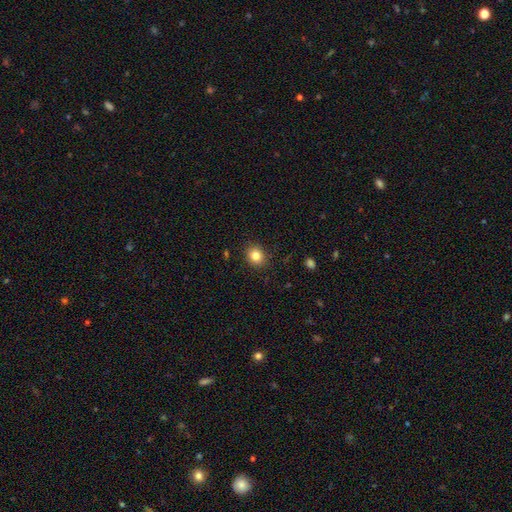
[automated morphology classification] Q: Smooth or featured?
A: smooth (83%); runner-up: star or artifact (11%)
Q: How rounded?
A: round (74%); runner-up: in between (26%)
Q: Merging?
A: none (89%); runner-up: minor disturbance (8%)